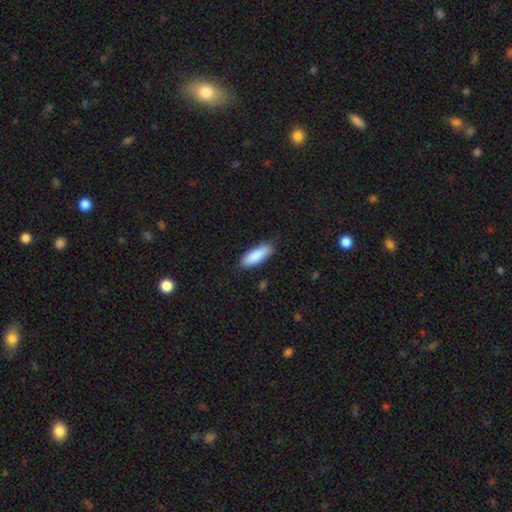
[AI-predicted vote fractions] A smooth galaxy with no disk features (88%) that is in between round and cigar-shaped (64%). Merging: none (85%).